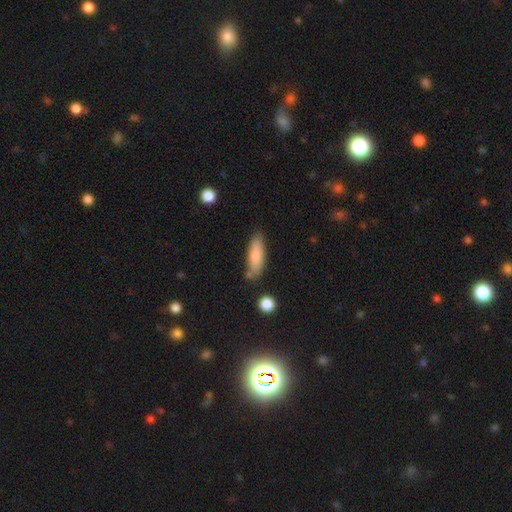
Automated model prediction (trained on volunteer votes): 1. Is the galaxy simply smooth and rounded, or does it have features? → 81% smooth, 13% featured or disk, 6% star or artifact.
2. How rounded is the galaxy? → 57% in between, 41% cigar-shaped, 2% round.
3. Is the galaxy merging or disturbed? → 67% none, 21% minor disturbance, 7% merger, 5% major disturbance.